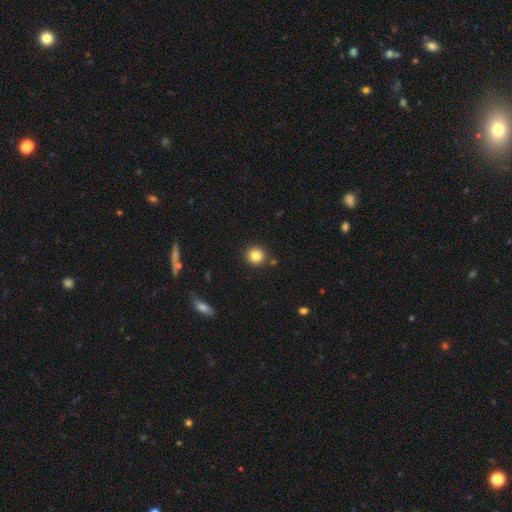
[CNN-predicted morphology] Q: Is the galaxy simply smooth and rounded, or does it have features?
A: smooth — 83%.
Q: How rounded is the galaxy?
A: round — 92%.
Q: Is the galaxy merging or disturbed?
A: none — 87%.